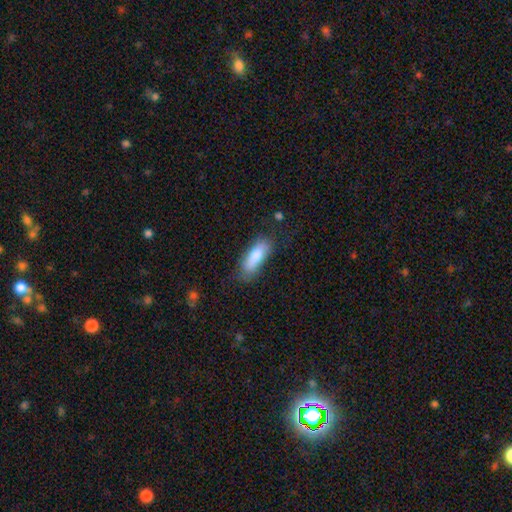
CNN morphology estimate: Smooth or featured?
  - smooth: 77% *
  - featured or disk: 16%
  - star or artifact: 6%
How rounded?
  - in between: 62% *
  - cigar-shaped: 36%
  - round: 2%
Merging?
  - none: 69% *
  - minor disturbance: 22%
  - major disturbance: 6%
  - merger: 2%